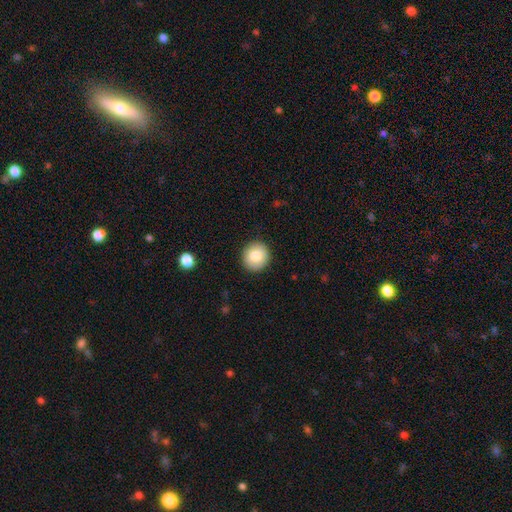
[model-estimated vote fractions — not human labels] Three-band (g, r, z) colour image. It shows a smooth galaxy with no disk features (82%) that is round (90%). Merging: none (92%).